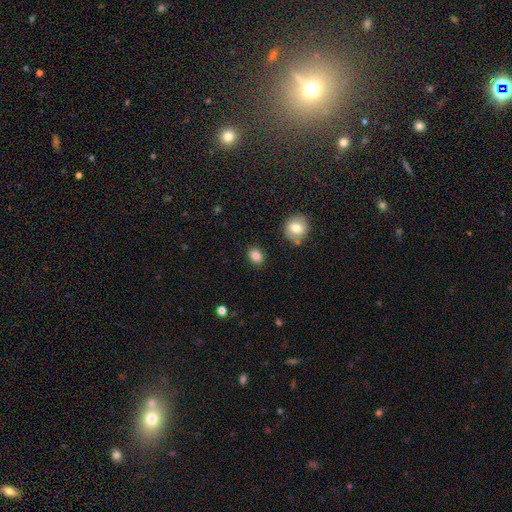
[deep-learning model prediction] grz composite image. It shows a smooth galaxy with no disk features (85%) that is in between round and cigar-shaped (57%). Merging: none (87%).